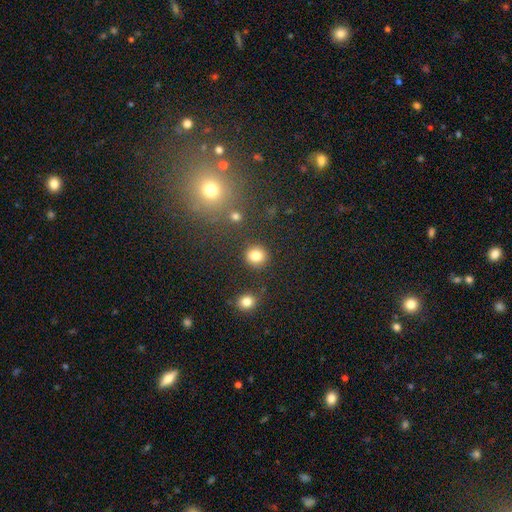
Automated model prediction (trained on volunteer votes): Smooth or featured? smooth (83%)
How rounded? round (89%)
Merging? none (87%)